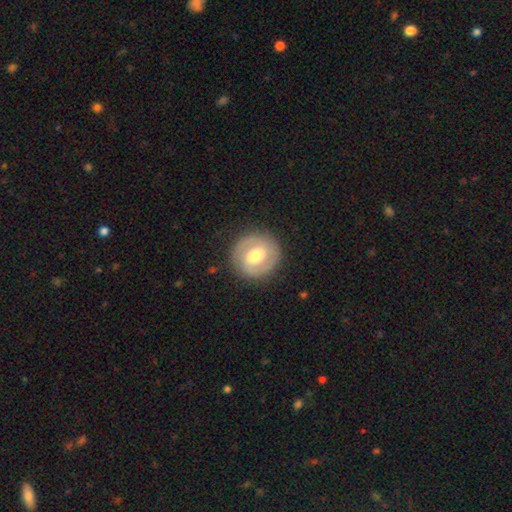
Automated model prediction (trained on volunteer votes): Smooth or featured?
  - featured or disk: 64% *
  - smooth: 31%
  - star or artifact: 5%
Edge-on disk?
  - no: 97% *
  - yes: 3%
Bar?
  - weak: 46% *
  - strong: 28%
  - no: 26%
Spiral arms?
  - yes: 67% *
  - no: 33%
Bulge size?
  - moderate: 67% *
  - large: 17%
  - small: 13%
  - dominant: 2%
  - none: 1%
Merging?
  - none: 86% *
  - minor disturbance: 9%
  - major disturbance: 4%
  - merger: 1%